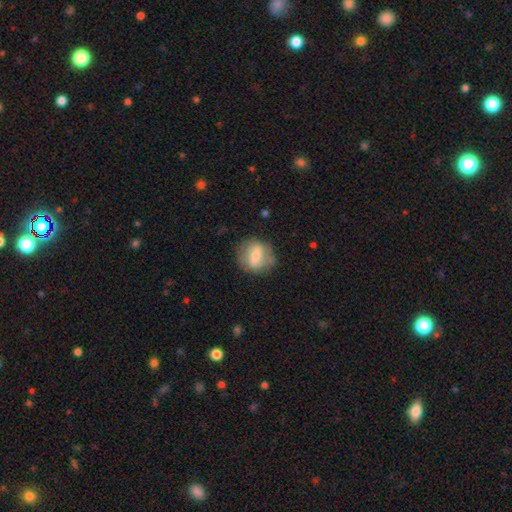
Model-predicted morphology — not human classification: The model was most divided on "smooth or featured": smooth: 55%, featured or disk: 38%, star or artifact: 7%. More confident: merging — none (71%); how rounded — round (64%).